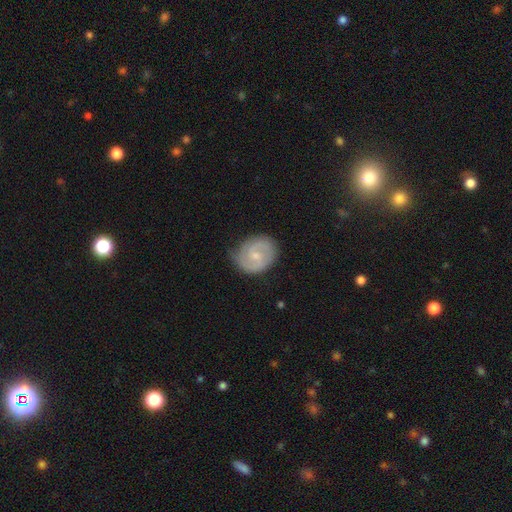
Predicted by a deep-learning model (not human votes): Smooth or featured? Predicted: featured or disk (p=0.77). Edge-on disk? Predicted: no (p=0.98). Bar? Predicted: weak (p=0.51). Spiral arms? Predicted: yes (p=0.94). Spiral winding? Predicted: medium (p=0.46). Spiral arm count? Predicted: 2 (p=0.85). Bulge size? Predicted: small (p=0.59). Merging? Predicted: none (p=0.76).